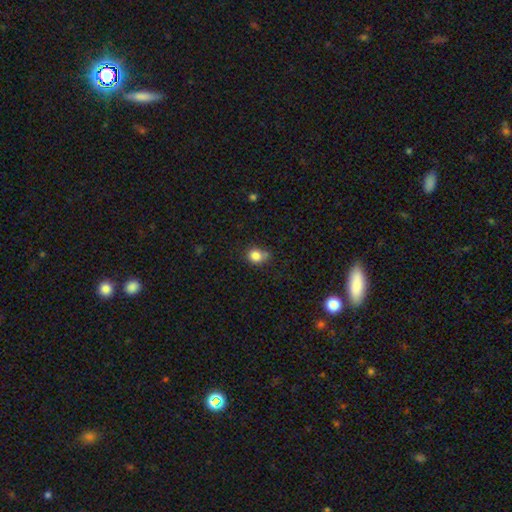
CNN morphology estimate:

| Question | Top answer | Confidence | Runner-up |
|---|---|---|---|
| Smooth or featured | smooth | 83% | star or artifact (11%) |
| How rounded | round | 76% | in between (23%) |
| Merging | none | 59% | minor disturbance (24%) |